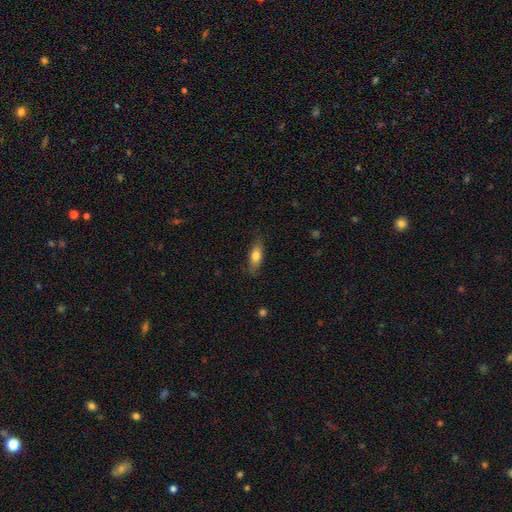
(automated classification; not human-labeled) The model was most divided on "how rounded": in between: 70%, cigar-shaped: 27%, round: 3%. More confident: merging — none (80%); smooth or featured — smooth (76%).